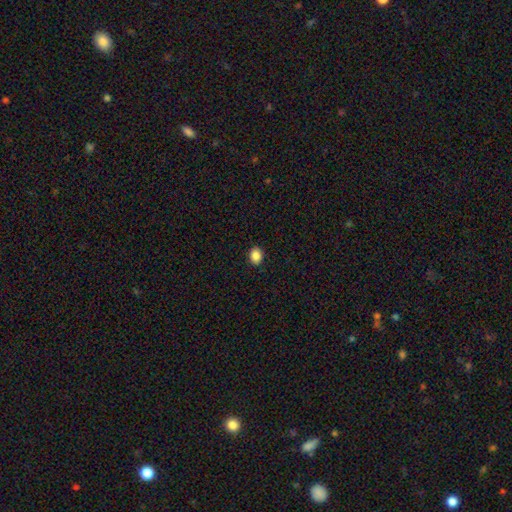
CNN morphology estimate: The model was most divided on "how rounded": in between: 58%, round: 41%, cigar-shaped: 1%. More confident: merging — none (91%); smooth or featured — smooth (88%).